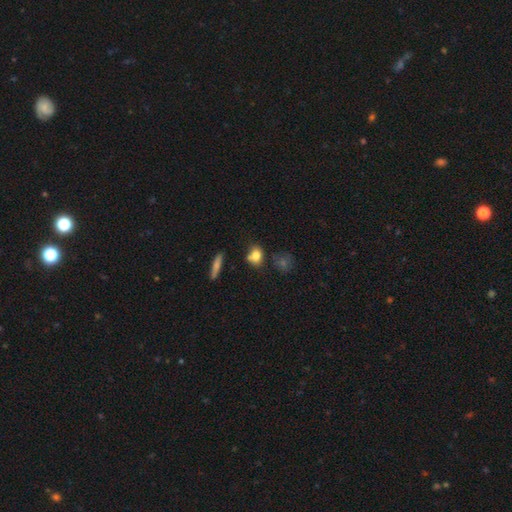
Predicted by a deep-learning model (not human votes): A smooth galaxy with no disk features (78%) that is round (55%).

Vote fractions:
- Smooth or featured? smooth: 78% / star or artifact: 11% / featured or disk: 11%
- How rounded? round: 55% / in between: 41% / cigar-shaped: 4%
- Merging? none: 62% / minor disturbance: 19% / merger: 14% / major disturbance: 6%